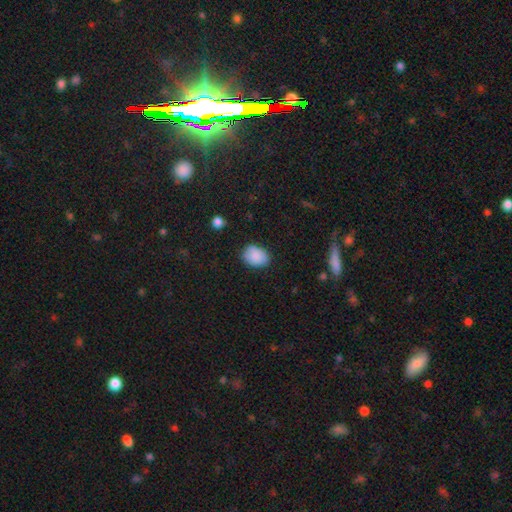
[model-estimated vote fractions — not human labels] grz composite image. It shows a smooth galaxy with no disk features (87%) that is in between round and cigar-shaped (69%). Merging: none (76%).